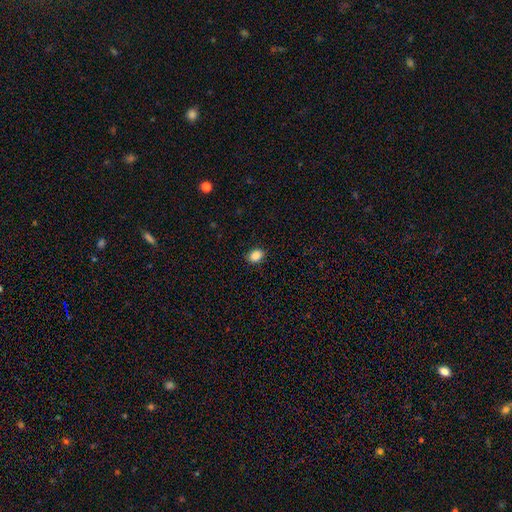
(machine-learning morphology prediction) smooth_or_featured: smooth (p=0.86) [alt: star or artifact p=0.09]
how_rounded: in between (p=0.61) [alt: round p=0.38]
merging: none (p=0.90) [alt: minor disturbance p=0.07]